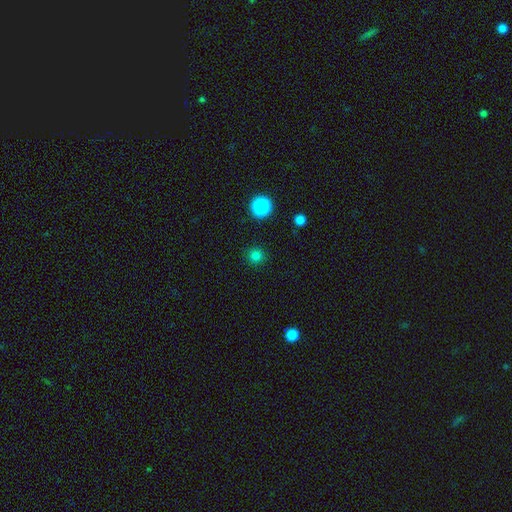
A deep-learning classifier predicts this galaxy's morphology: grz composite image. It shows a smooth galaxy with no disk features (79%) that is round (95%). Merging: none (91%).